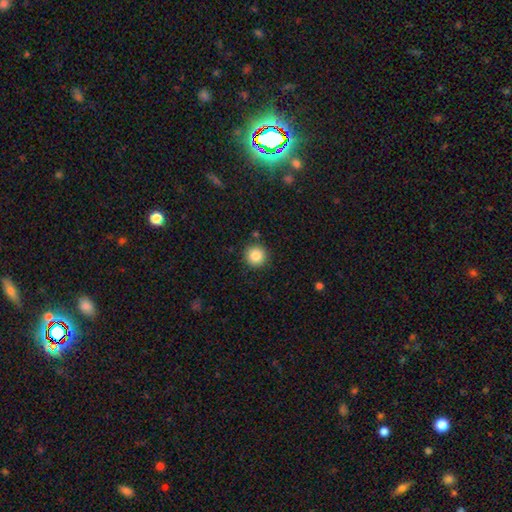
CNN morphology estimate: Smooth or featured?
  - smooth: 85% *
  - star or artifact: 10%
  - featured or disk: 5%
How rounded?
  - round: 95% *
  - in between: 4%
  - cigar-shaped: 1%
Merging?
  - none: 90% *
  - minor disturbance: 6%
  - merger: 2%
  - major disturbance: 2%